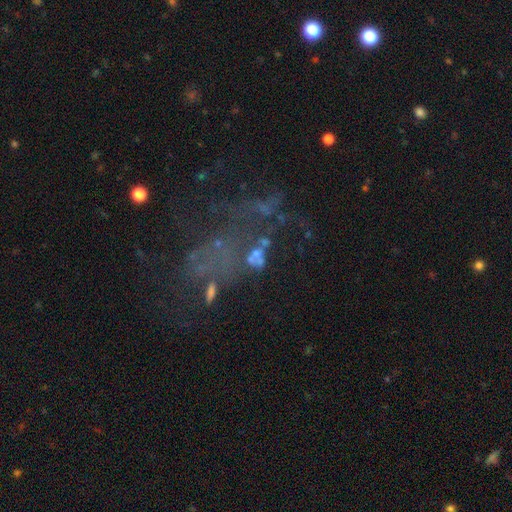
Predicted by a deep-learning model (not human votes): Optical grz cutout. It shows a featured or disk galaxy (39%). Merging: major disturbance (35%).